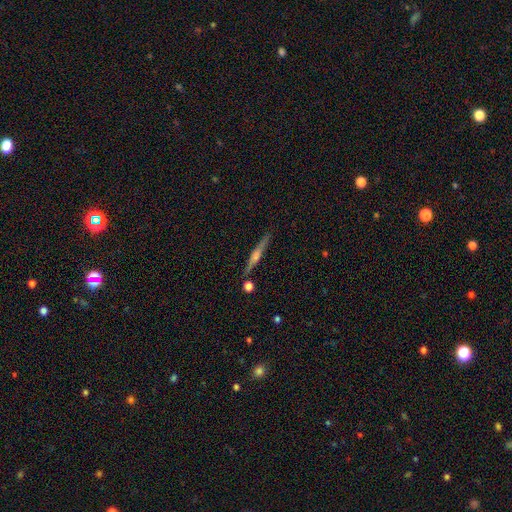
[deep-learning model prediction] smooth_or_featured: featured or disk (p=0.77) [alt: smooth p=0.16]
disk_edge_on: yes (p=0.98) [alt: no p=0.02]
edge_on_bulge: rounded (p=0.83) [alt: boxy p=0.09]
merging: none (p=0.88) [alt: minor disturbance p=0.08]